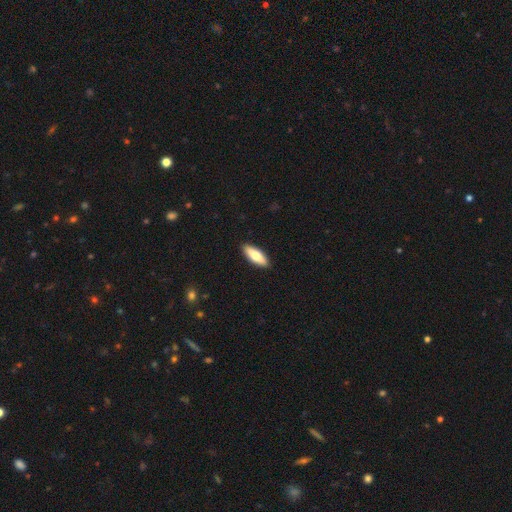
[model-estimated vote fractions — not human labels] This is likely a smooth galaxy (74%). How rounded: likely in between (63%). Merging: clearly none (91%).